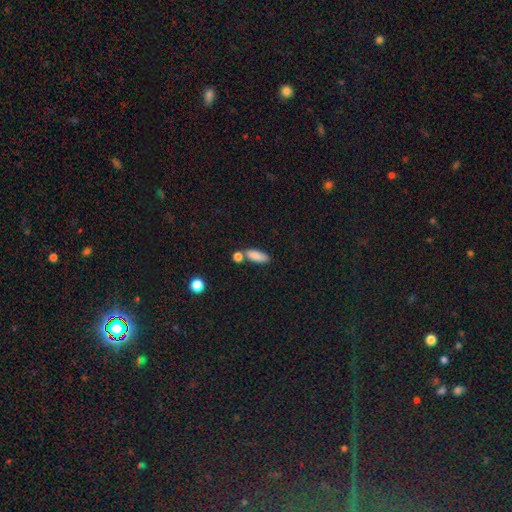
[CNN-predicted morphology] smooth-or-featured: smooth: 85% | star or artifact: 8% | featured or disk: 7%
  how-rounded: in between: 69% | cigar-shaped: 28% | round: 4%
  merging: none: 62% | merger: 22% | minor disturbance: 13% | major disturbance: 4%